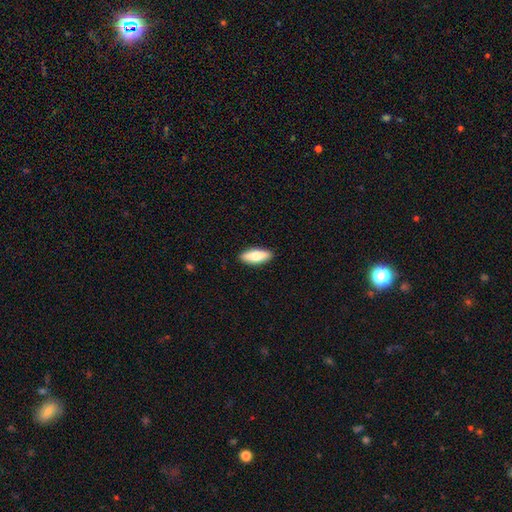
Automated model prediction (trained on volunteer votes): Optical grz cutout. It shows a smooth galaxy with no disk features (70%) that is in between round and cigar-shaped (66%). Merging: none (90%).